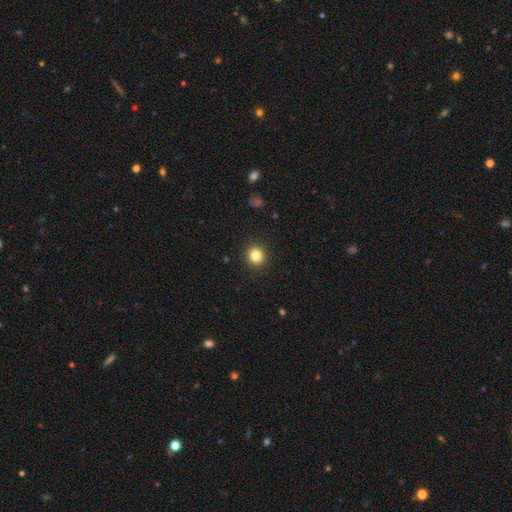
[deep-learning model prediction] Smooth or featured? smooth (82%)
How rounded? round (91%)
Merging? none (92%)